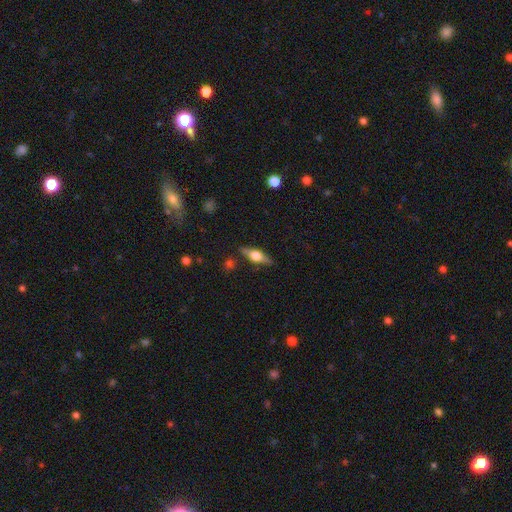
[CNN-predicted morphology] Overall: featured or disk (60%; smooth 33%). Edge-on disk: yes (94%). Edge-on bulge: rounded (93%). Merging: none (85%).